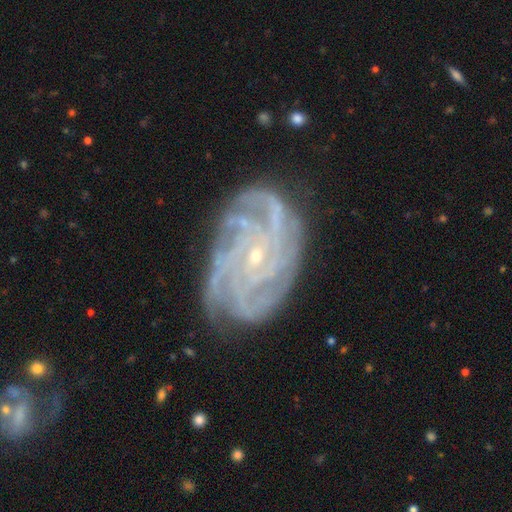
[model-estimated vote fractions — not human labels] The model was most divided on "spiral arm count": 4: 30%, more than 4: 27%, can't tell: 15%, 3: 12%, 2: 9%, 1: 8%. More confident: spiral arms — yes (98%); edge-on disk — no (97%); smooth or featured — featured or disk (90%); bulge size — small (83%); merging — none (79%); spiral winding — tight (74%); bar — no (64%).